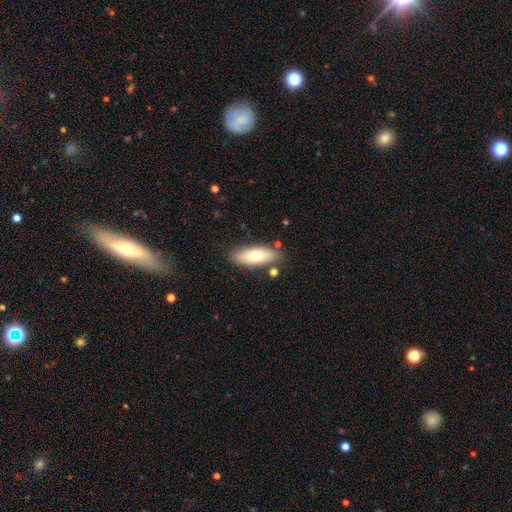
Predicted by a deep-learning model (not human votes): Smooth or featured? smooth (68%)
How rounded? in between (72%)
Merging? none (82%)